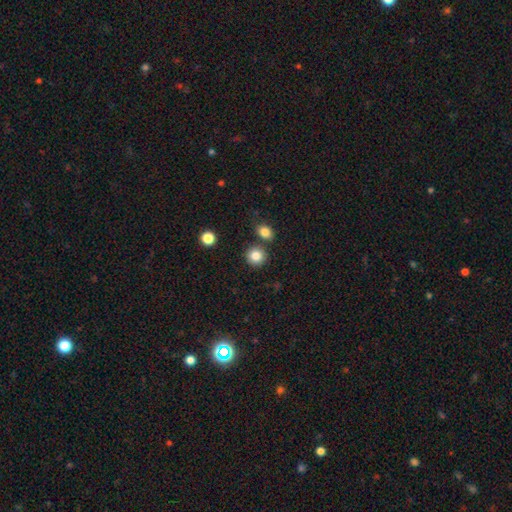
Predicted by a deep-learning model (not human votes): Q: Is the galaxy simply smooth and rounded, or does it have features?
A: smooth — 85%.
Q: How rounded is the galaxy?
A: round — 89%.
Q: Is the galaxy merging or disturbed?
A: none — 79%.